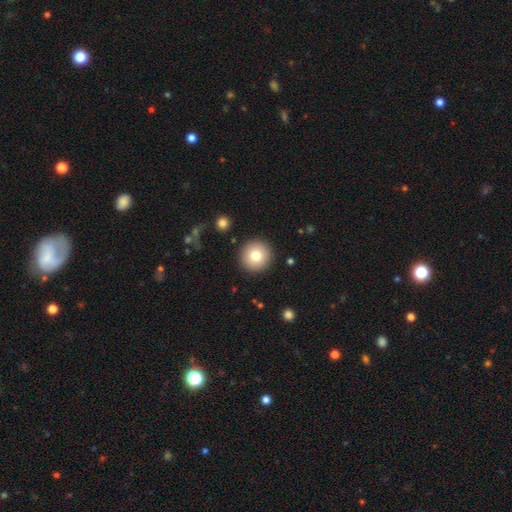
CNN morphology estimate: Smooth or featured? Predicted: smooth (p=0.79). How rounded? Predicted: round (p=0.95). Merging? Predicted: none (p=0.90).